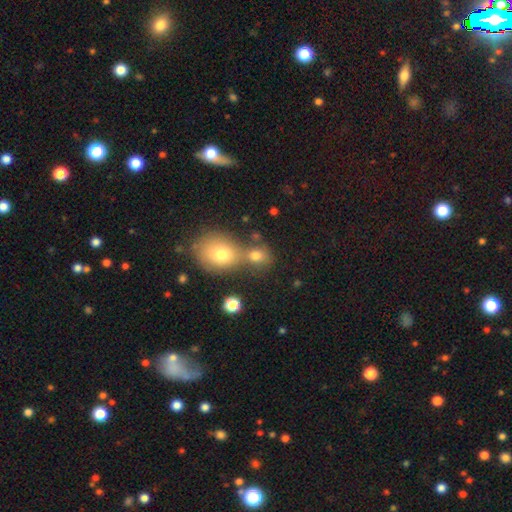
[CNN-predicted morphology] smooth-or-featured: smooth: 75% | star or artifact: 14% | featured or disk: 11%
  how-rounded: round: 62% | in between: 37% | cigar-shaped: 2%
  merging: merger: 48% | none: 39% | minor disturbance: 8% | major disturbance: 4%